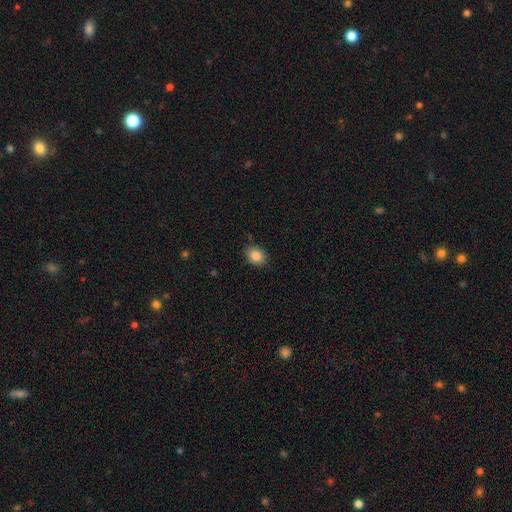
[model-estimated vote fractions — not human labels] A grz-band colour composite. It shows a smooth galaxy with no disk features (87%) that is in between round and cigar-shaped (57%). Merging: none (84%).